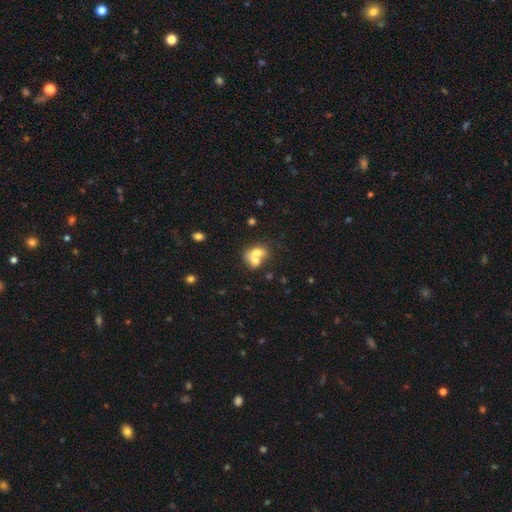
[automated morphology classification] Smooth or featured? Predicted: smooth (p=0.66). How rounded? Predicted: in between (p=0.57). Merging? Predicted: merger (p=0.69).